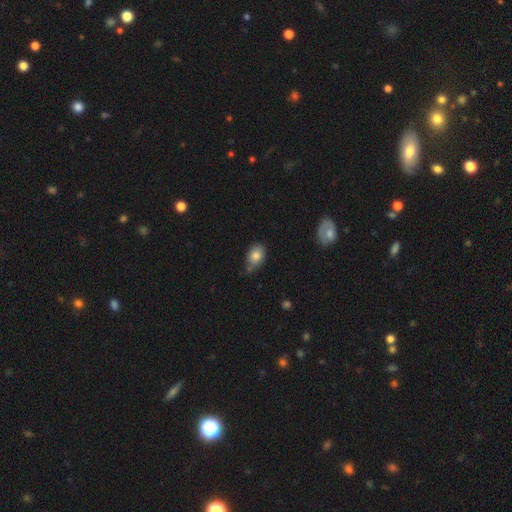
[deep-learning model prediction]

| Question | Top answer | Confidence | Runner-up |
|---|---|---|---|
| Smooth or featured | smooth | 82% | featured or disk (10%) |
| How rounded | in between | 73% | round (25%) |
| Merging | none | 52% | minor disturbance (36%) |